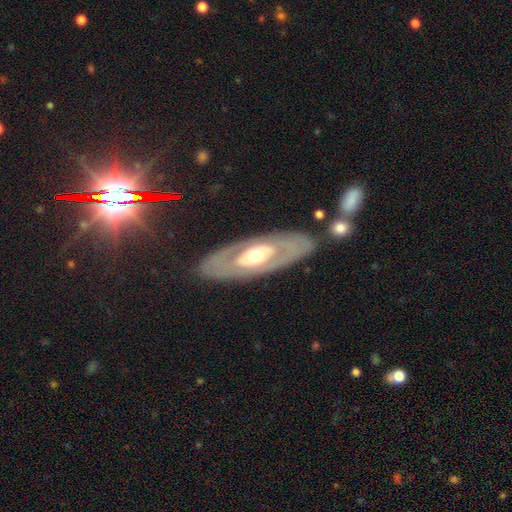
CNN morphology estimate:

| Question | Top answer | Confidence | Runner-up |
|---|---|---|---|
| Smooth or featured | featured or disk | 72% | smooth (23%) |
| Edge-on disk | no | 83% | yes (17%) |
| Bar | no | 78% | weak (14%) |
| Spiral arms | no | 74% | yes (26%) |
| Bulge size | moderate | 70% | large (17%) |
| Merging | none | 84% | minor disturbance (10%) |